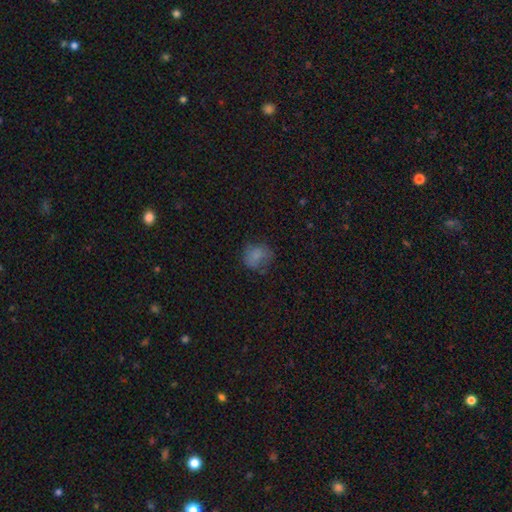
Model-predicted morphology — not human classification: smooth_or_featured: smooth (p=0.74) [alt: featured or disk p=0.13]
how_rounded: round (p=0.72) [alt: in between p=0.27]
merging: none (p=0.61) [alt: minor disturbance p=0.25]